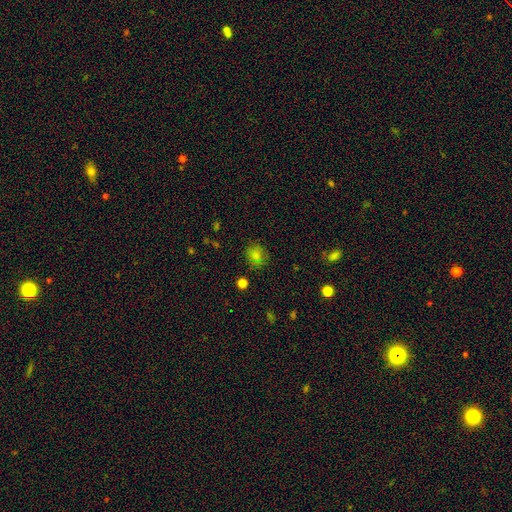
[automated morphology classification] smooth_or_featured: smooth (p=0.79) [alt: star or artifact p=0.15]
how_rounded: round (p=0.78) [alt: in between p=0.21]
merging: none (p=0.81) [alt: minor disturbance p=0.13]